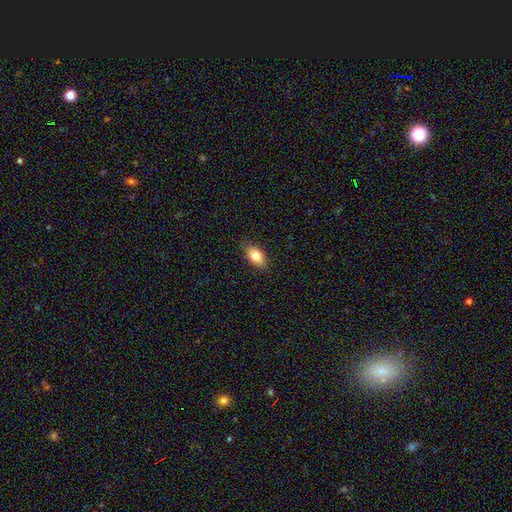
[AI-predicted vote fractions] Smooth or featured: smooth — 80% (featured or disk — 12%)
How rounded: in between — 88% (round — 7%)
Merging: none — 85% (minor disturbance — 12%)